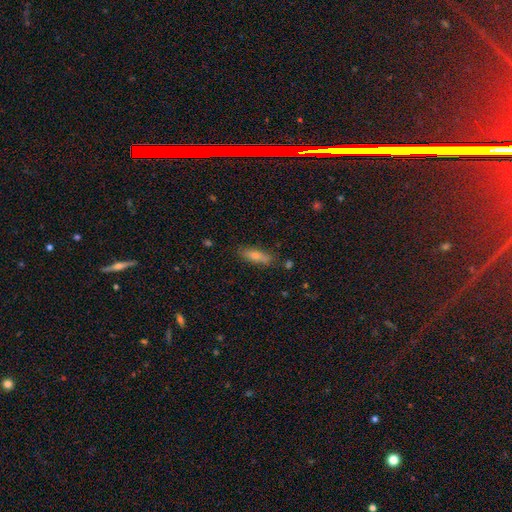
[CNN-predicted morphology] Smooth or featured: smooth — 70% (featured or disk — 23%)
How rounded: cigar-shaped — 51% (in between — 46%)
Merging: none — 78% (minor disturbance — 16%)